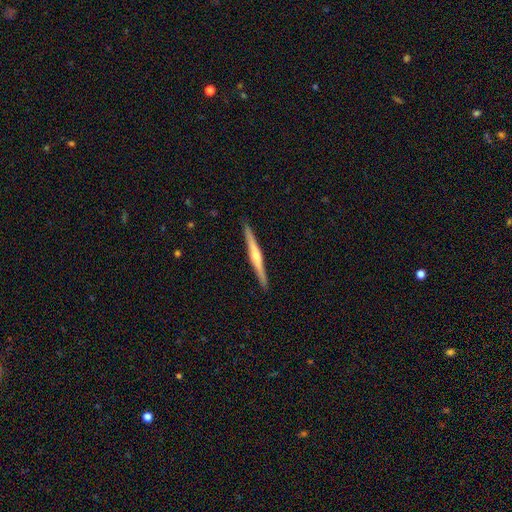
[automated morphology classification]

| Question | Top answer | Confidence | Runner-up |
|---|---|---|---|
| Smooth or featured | featured or disk | 74% | smooth (21%) |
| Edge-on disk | yes | 98% | no (2%) |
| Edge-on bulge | rounded | 82% | none (12%) |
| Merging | none | 92% | minor disturbance (6%) |